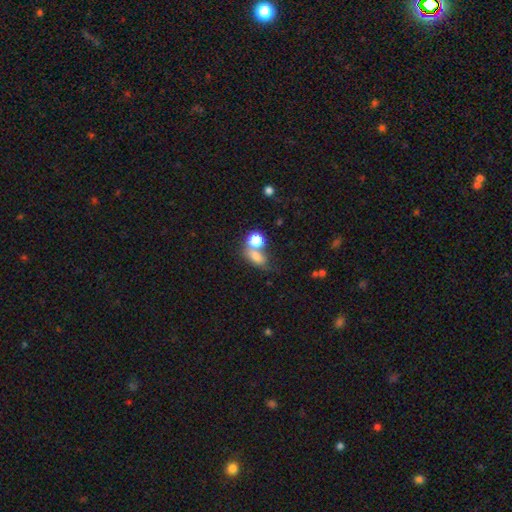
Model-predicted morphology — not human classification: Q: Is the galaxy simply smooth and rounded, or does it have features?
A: smooth — 75%.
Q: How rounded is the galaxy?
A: in between — 69%.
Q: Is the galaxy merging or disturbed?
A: merger — 45%.